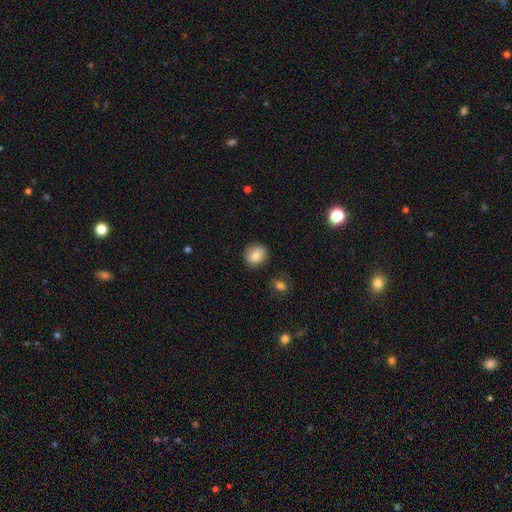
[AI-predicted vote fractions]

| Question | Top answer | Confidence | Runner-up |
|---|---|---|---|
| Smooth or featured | smooth | 79% | featured or disk (12%) |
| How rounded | round | 74% | in between (25%) |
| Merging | none | 82% | minor disturbance (13%) |